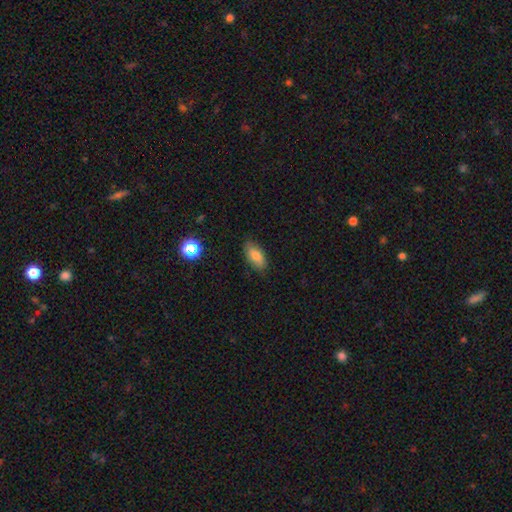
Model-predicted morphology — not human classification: smooth 78%, featured or disk 13%, star or artifact 9%. Down the decision tree: how rounded — in between (89%); merging — none (83%).